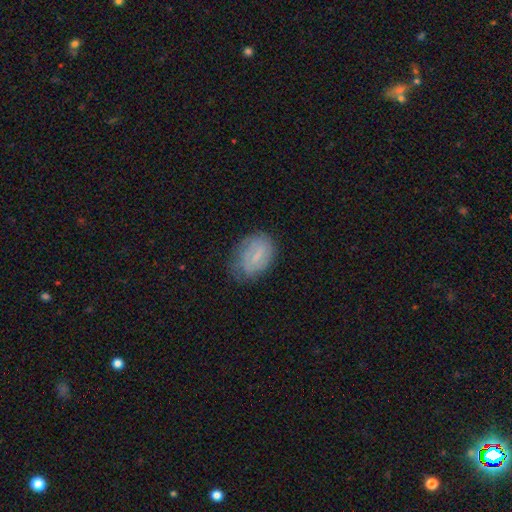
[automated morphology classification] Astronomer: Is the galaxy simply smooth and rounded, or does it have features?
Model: smooth — 52% (runner-up: featured or disk, 39%).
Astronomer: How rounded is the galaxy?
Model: in between — 79%.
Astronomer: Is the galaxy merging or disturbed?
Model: none — 62%.